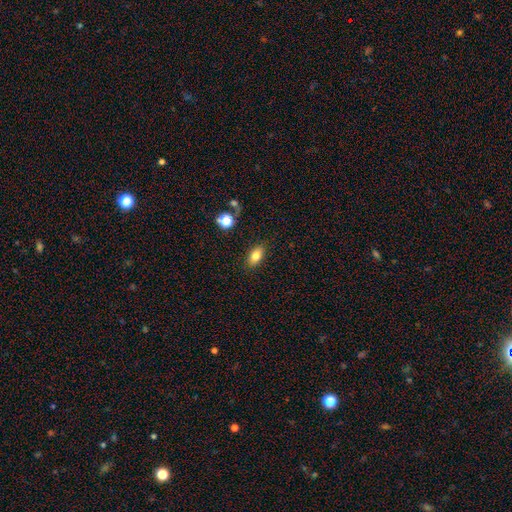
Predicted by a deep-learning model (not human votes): smooth-or-featured: smooth: 80% | featured or disk: 10% | star or artifact: 9%
  how-rounded: in between: 88% | round: 9% | cigar-shaped: 3%
  merging: none: 86% | minor disturbance: 9% | major disturbance: 3% | merger: 2%